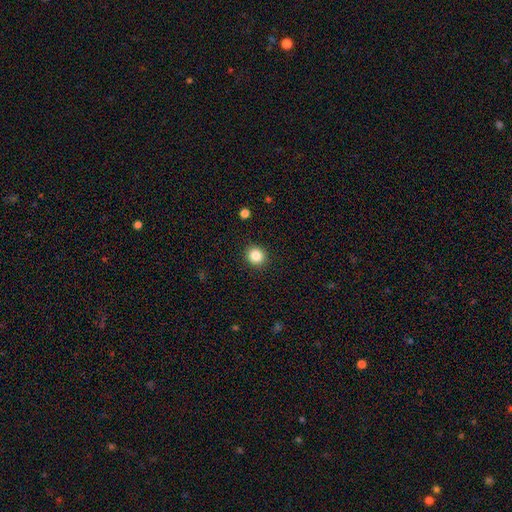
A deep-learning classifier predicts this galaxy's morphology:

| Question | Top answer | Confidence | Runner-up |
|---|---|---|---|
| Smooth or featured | smooth | 84% | star or artifact (11%) |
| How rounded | round | 89% | in between (10%) |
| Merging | none | 92% | minor disturbance (5%) |